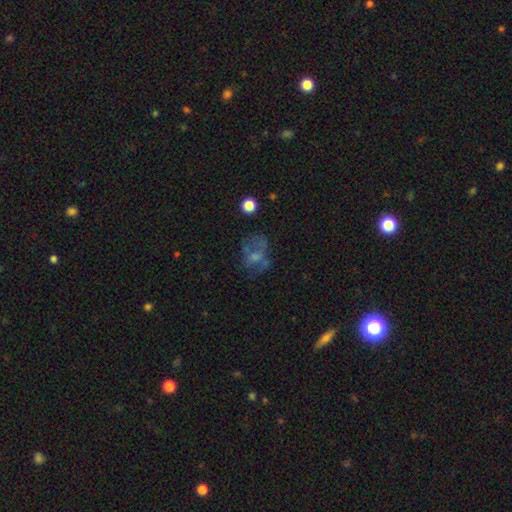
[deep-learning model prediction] smooth_or_featured: featured or disk (p=0.43) [alt: smooth p=0.41]
merging: none (p=0.38) [alt: major disturbance p=0.34]